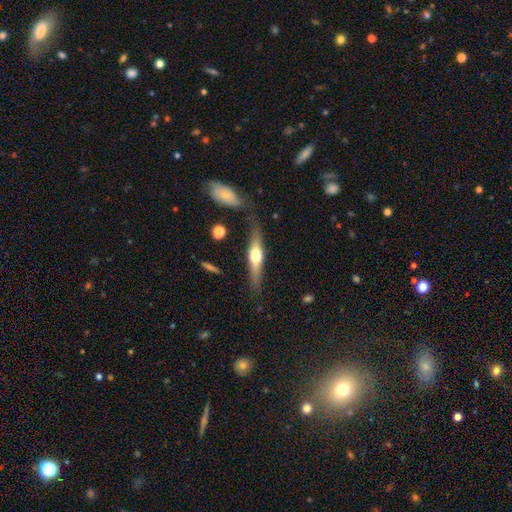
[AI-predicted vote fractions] Overall: featured or disk (62%; smooth 33%). Edge-on disk: yes (94%). Edge-on bulge: rounded (93%). Merging: none (78%).